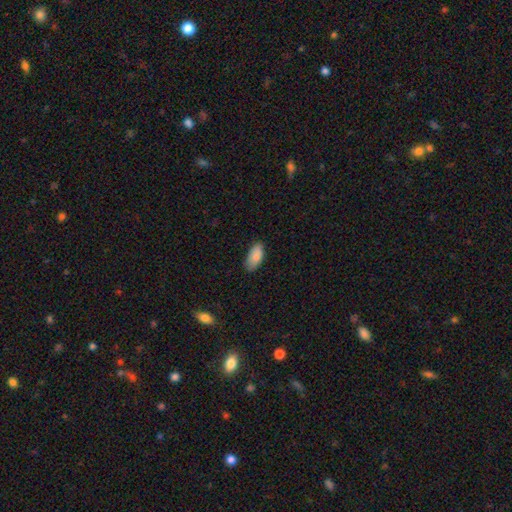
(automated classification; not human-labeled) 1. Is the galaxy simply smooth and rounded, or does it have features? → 88% smooth, 6% star or artifact, 6% featured or disk.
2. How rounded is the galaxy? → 90% in between, 8% cigar-shaped, 2% round.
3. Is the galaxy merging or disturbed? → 82% none, 15% minor disturbance, 2% major disturbance, 1% merger.